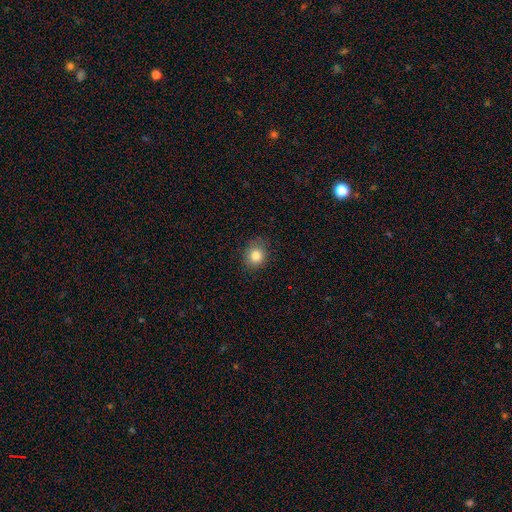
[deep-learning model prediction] smooth_or_featured: smooth (p=0.83) [alt: star or artifact p=0.11]
how_rounded: round (p=0.69) [alt: in between p=0.30]
merging: none (p=0.81) [alt: minor disturbance p=0.14]